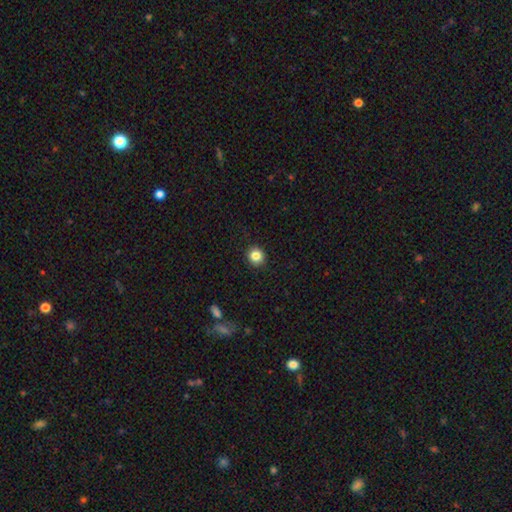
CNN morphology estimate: The model was most divided on "smooth or featured": smooth: 84%, star or artifact: 11%, featured or disk: 5%. More confident: merging — none (91%); how rounded — round (86%).